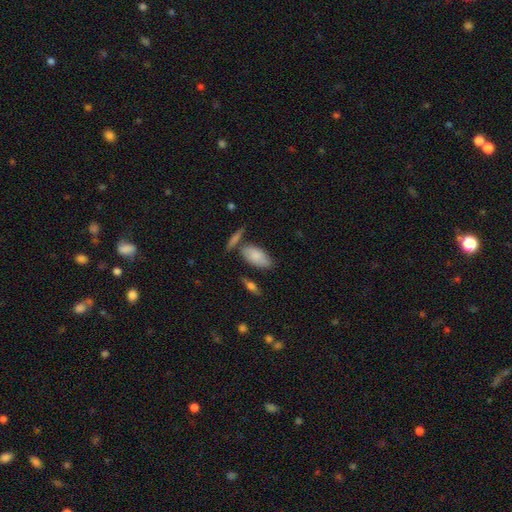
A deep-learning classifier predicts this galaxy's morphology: Smooth or featured?
  - smooth: 80% *
  - featured or disk: 14%
  - star or artifact: 6%
How rounded?
  - in between: 91% *
  - cigar-shaped: 6%
  - round: 3%
Merging?
  - none: 63% *
  - minor disturbance: 18%
  - merger: 14%
  - major disturbance: 5%